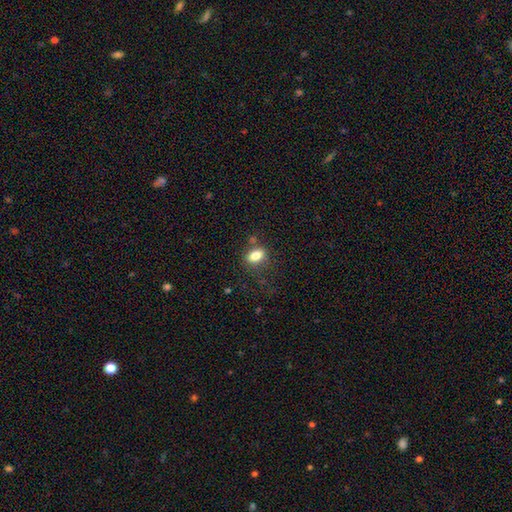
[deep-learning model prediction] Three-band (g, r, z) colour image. It shows a smooth galaxy with no disk features (83%) that is in between round and cigar-shaped (83%). Merging: none (67%).